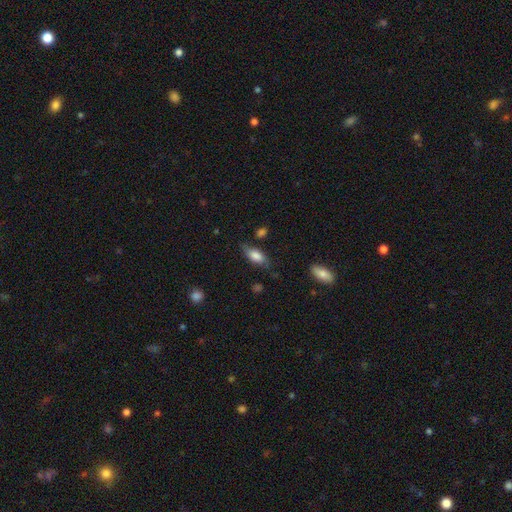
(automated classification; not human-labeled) Smooth or featured? smooth (76%)
How rounded? in between (80%)
Merging? none (69%)